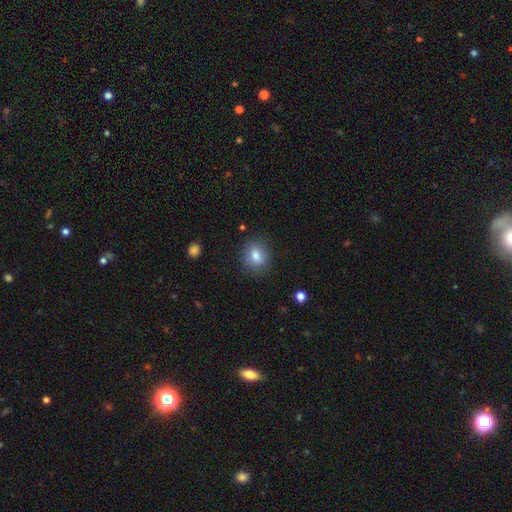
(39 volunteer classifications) smooth 85%, featured or disk 10%, star or artifact 5%. Down the decision tree: how rounded — in between (52%); merging — none (86%).